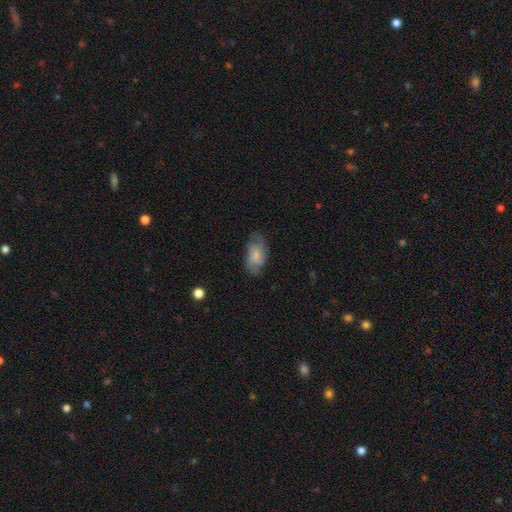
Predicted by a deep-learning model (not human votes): Smooth or featured? smooth (59%)
How rounded? in between (91%)
Merging? none (65%)